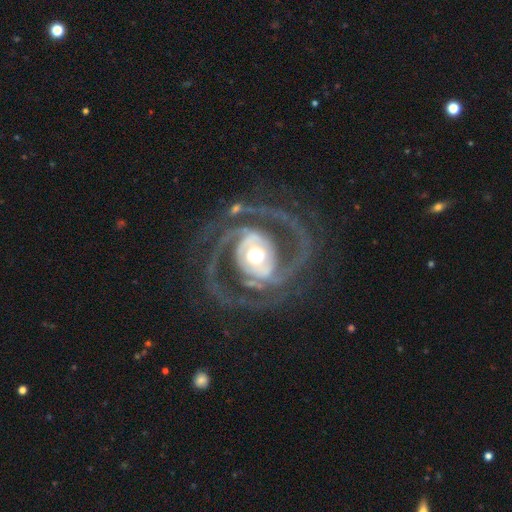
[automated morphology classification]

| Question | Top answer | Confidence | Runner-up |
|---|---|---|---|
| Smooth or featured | featured or disk | 91% | star or artifact (5%) |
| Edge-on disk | no | 97% | yes (3%) |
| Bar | no | 54% | weak (24%) |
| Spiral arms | yes | 97% | no (3%) |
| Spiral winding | medium | 51% | tight (31%) |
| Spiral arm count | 2 | 65% | 3 (14%) |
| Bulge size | moderate | 58% | large (30%) |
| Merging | none | 67% | major disturbance (17%) |